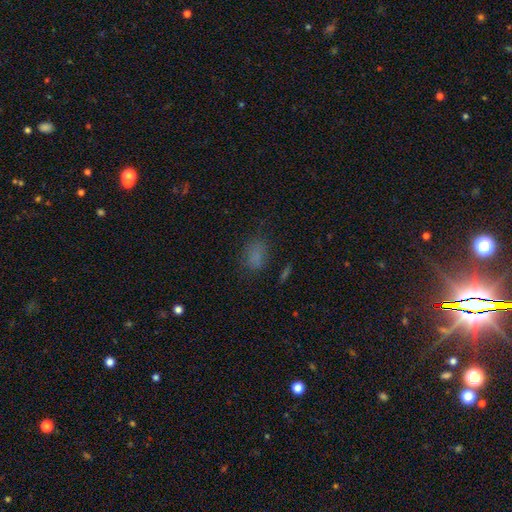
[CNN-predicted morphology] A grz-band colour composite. It shows a smooth galaxy with no disk features (75%) that is in between round and cigar-shaped (80%). Merging: none (66%).